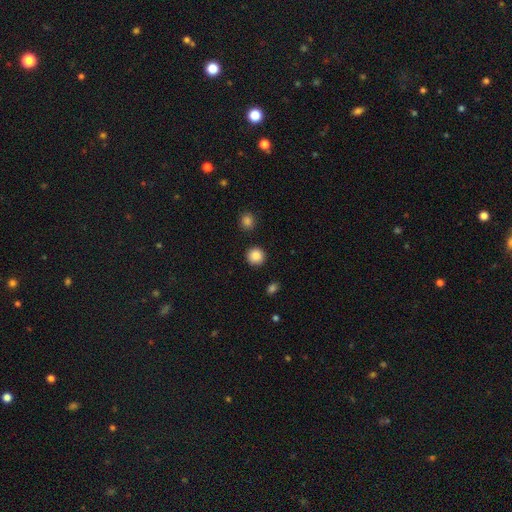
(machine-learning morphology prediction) Overall: smooth (86%). How rounded: round (94%). Merging: none (92%).